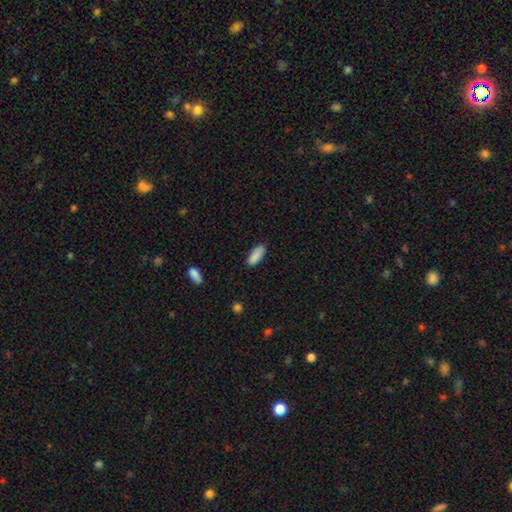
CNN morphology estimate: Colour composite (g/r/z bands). It shows a smooth galaxy with no disk features (88%) that is in between round and cigar-shaped (72%). Merging: none (78%).